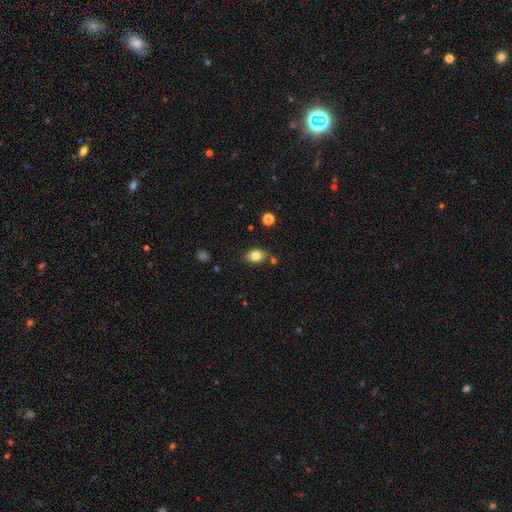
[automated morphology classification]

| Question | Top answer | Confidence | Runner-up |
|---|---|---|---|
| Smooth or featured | smooth | 82% | star or artifact (9%) |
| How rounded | in between | 78% | round (21%) |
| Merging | none | 77% | minor disturbance (14%) |